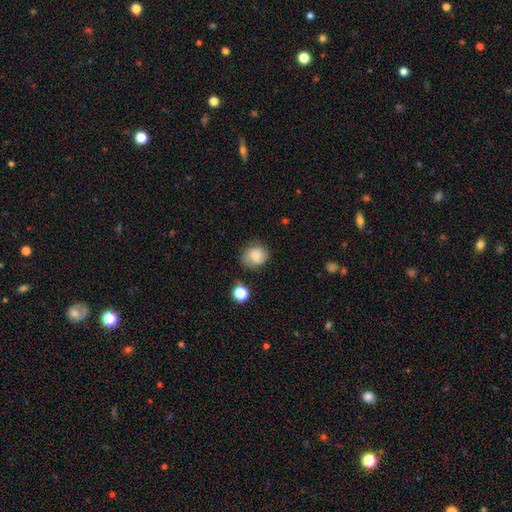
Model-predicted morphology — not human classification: Smooth or featured: smooth — 74% (featured or disk — 16%)
How rounded: round — 82% (in between — 17%)
Merging: none — 69% (minor disturbance — 21%)